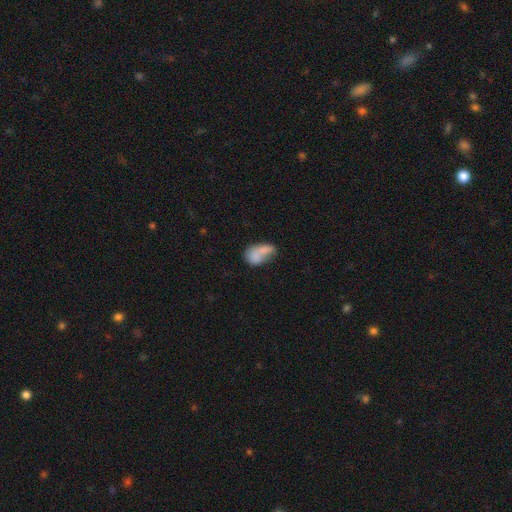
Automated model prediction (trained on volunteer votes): Smooth or featured? smooth (73%)
How rounded? in between (84%)
Merging? merger (34%)